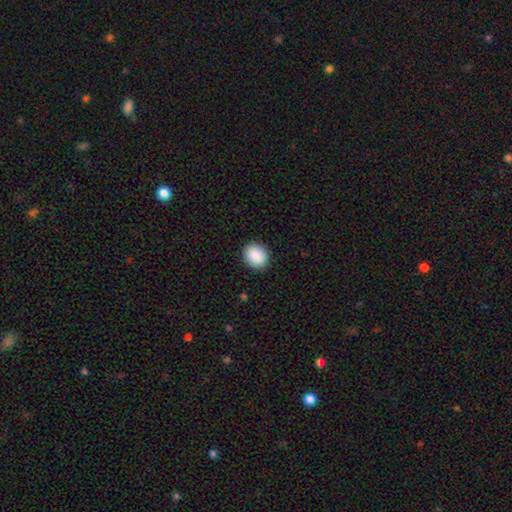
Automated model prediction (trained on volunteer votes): This appears to be a smooth galaxy with no disk features (90%) that is round (51%). Merging: none (90%).